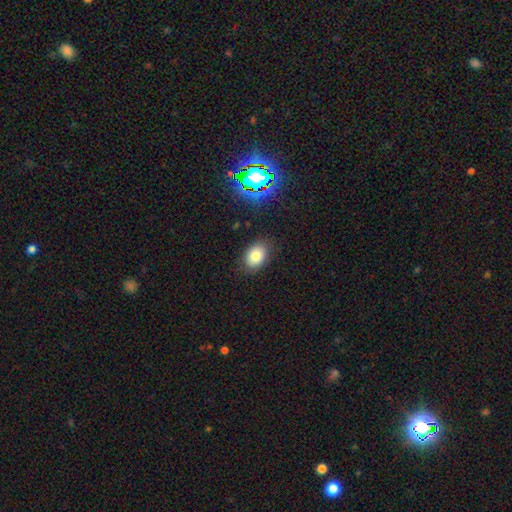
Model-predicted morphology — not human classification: type=smooth (78%); roundness=in between (75%); merging=none (83%).